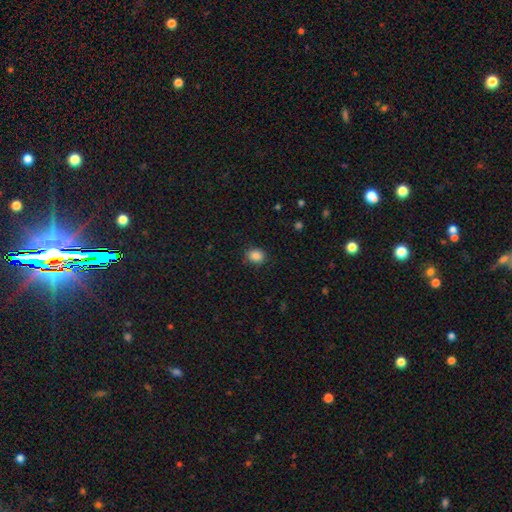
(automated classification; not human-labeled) Overall: smooth (87%). How rounded: round (56%; in between 43%). Merging: none (84%).